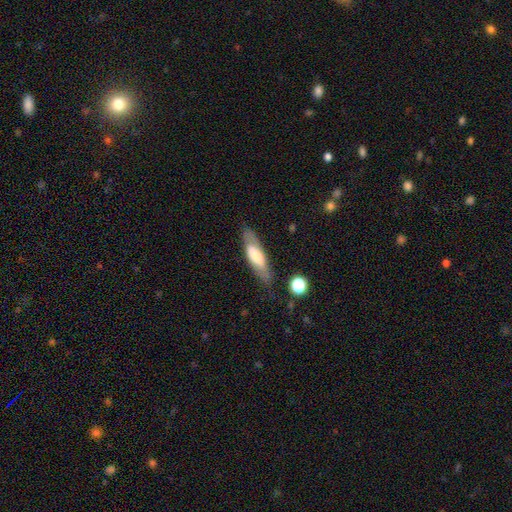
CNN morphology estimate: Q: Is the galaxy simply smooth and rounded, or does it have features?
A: smooth — 53%.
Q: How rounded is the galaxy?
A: cigar-shaped — 53%.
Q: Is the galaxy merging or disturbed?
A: none — 76%.